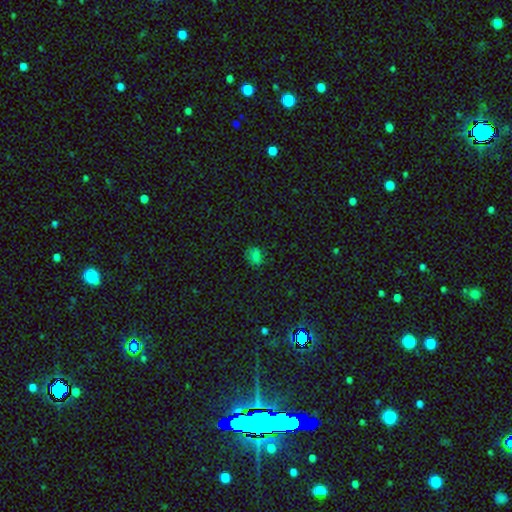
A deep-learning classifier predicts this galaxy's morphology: The model was most divided on "how rounded": in between: 50%, round: 48%, cigar-shaped: 2%. More confident: merging — none (78%); smooth or featured — smooth (69%).